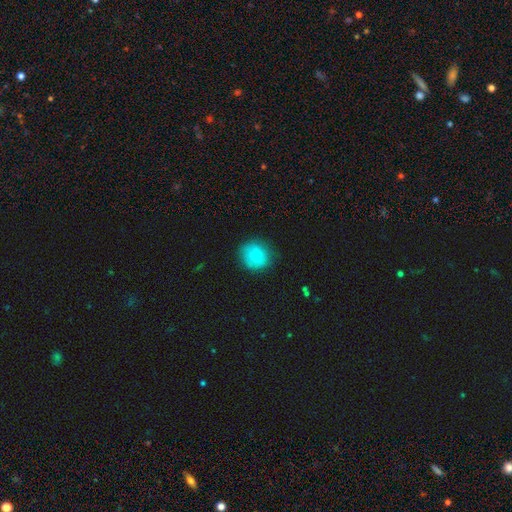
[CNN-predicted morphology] smooth 84%, star or artifact 9%, featured or disk 7%. Down the decision tree: how rounded — round (86%); merging — none (78%).